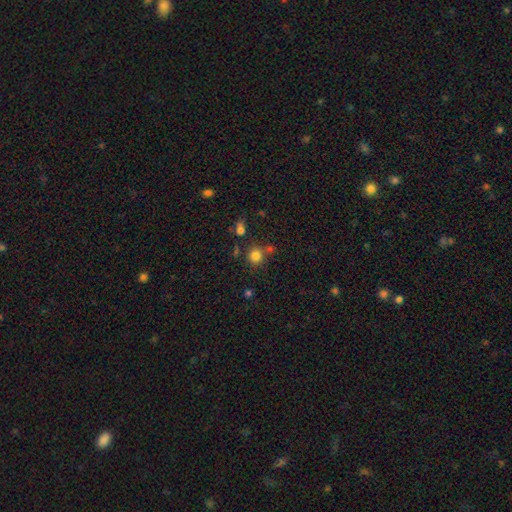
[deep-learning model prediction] The model was most divided on "merging": none: 70%, merger: 16%, minor disturbance: 10%, major disturbance: 4%. More confident: how rounded — round (89%); smooth or featured — smooth (79%).